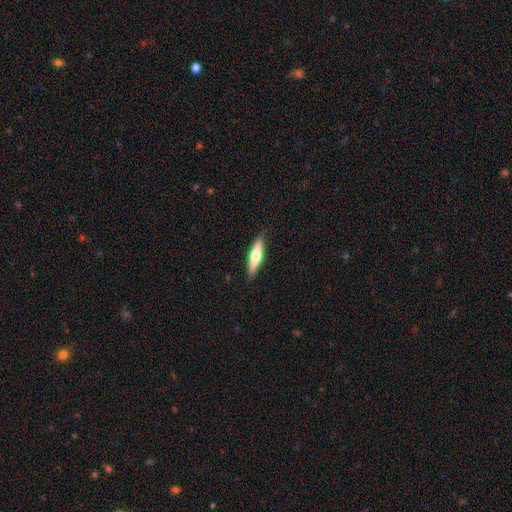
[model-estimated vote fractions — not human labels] Overall: smooth (59%; featured or disk 36%). How rounded: cigar-shaped (71%). Merging: none (88%).